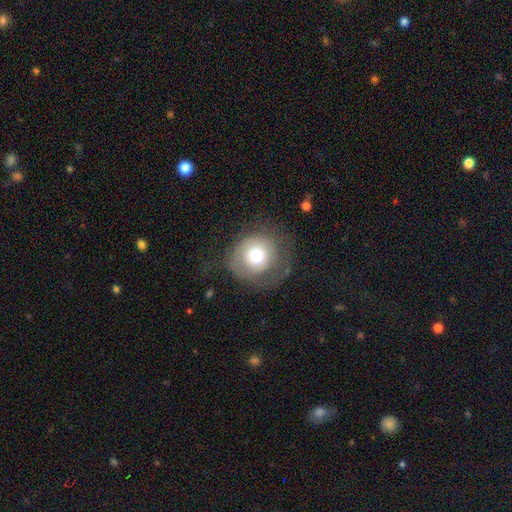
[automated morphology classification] Overall: smooth (67%). How rounded: round (88%). Merging: none (56%; minor disturbance 23%).